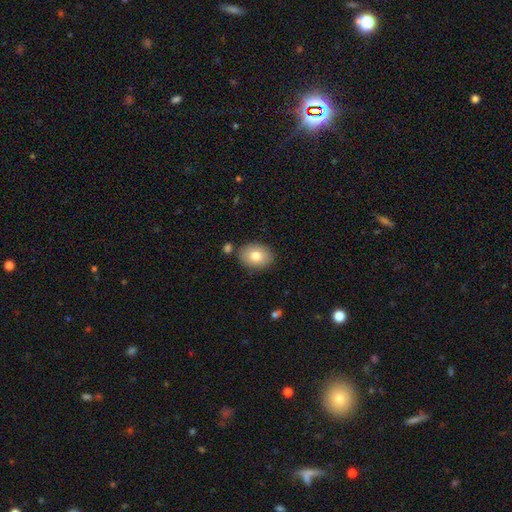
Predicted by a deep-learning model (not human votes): Smooth or featured?
  - smooth: 78% *
  - featured or disk: 14%
  - star or artifact: 8%
How rounded?
  - in between: 69% *
  - round: 30%
  - cigar-shaped: 1%
Merging?
  - none: 82% *
  - minor disturbance: 11%
  - merger: 5%
  - major disturbance: 2%